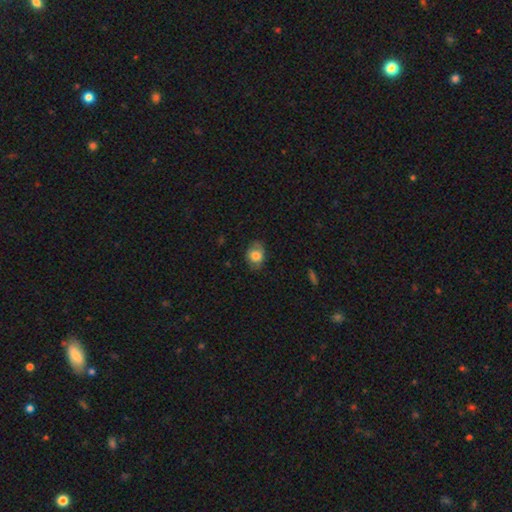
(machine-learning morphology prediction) A smooth galaxy with no disk features (72%) that is in between round and cigar-shaped (54%). Merging: none (66%).